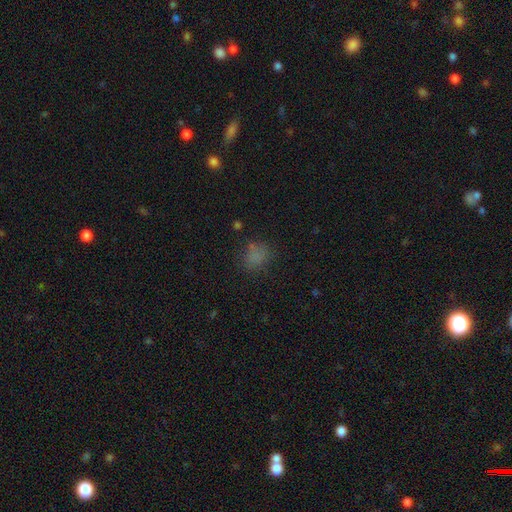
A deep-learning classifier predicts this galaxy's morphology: This is likely a smooth galaxy (73%). How rounded: possibly round (57%). Merging: likely none (71%).